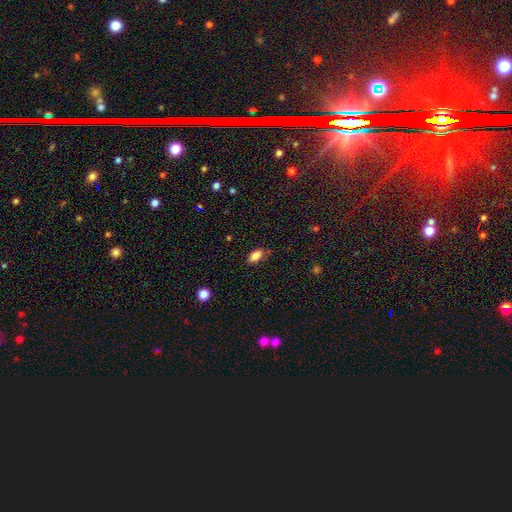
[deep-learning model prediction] smooth 84%, star or artifact 9%, featured or disk 7%. Down the decision tree: how rounded — in between (89%); merging — none (80%).